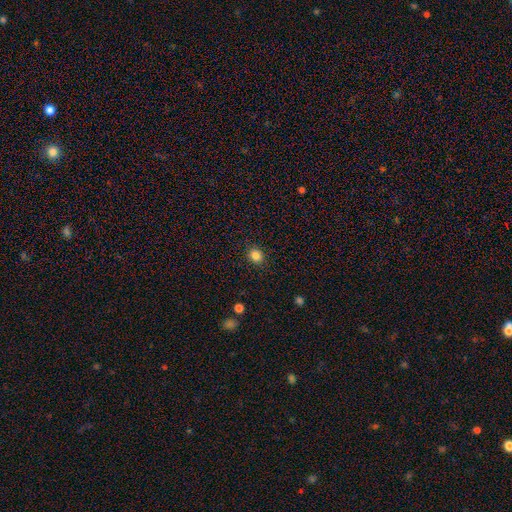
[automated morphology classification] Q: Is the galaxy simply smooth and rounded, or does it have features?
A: smooth — 84%.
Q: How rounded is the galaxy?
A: round — 72%.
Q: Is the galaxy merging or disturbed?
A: none — 90%.